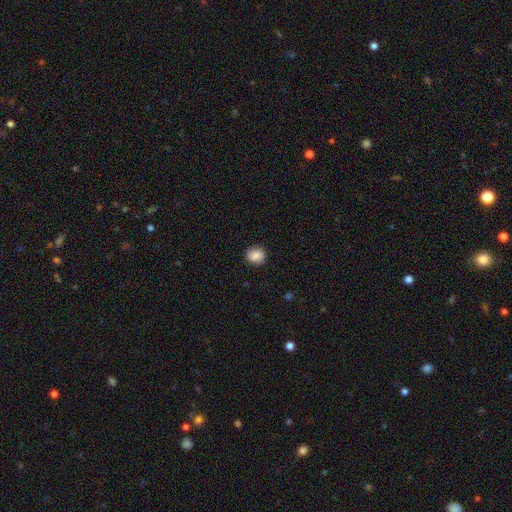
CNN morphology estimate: A smooth galaxy with no disk features (85%) that is round (68%).

Vote fractions:
- Smooth or featured? smooth: 85% / star or artifact: 9% / featured or disk: 7%
- How rounded? round: 68% / in between: 31% / cigar-shaped: 1%
- Merging? none: 85% / minor disturbance: 11% / major disturbance: 3% / merger: 1%